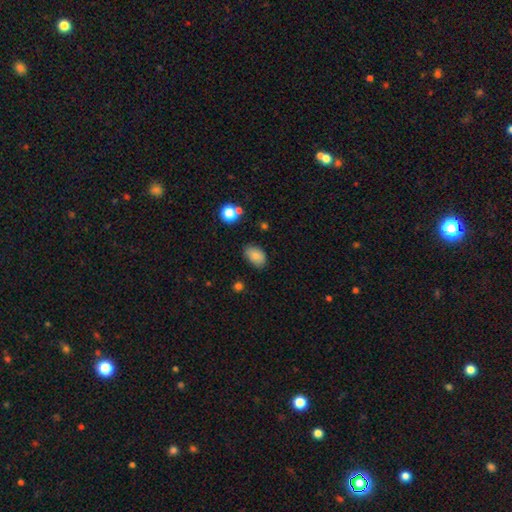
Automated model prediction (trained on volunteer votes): Overall: smooth (82%). How rounded: in between (86%). Merging: none (75%).